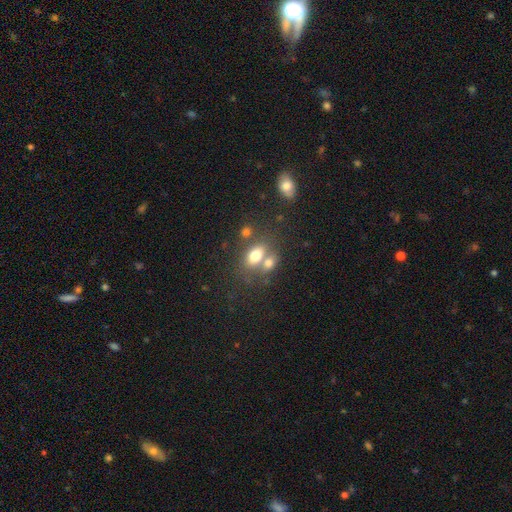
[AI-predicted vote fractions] Morphology: type=smooth (74%); roundness=in between (82%); merging=merger (45%).